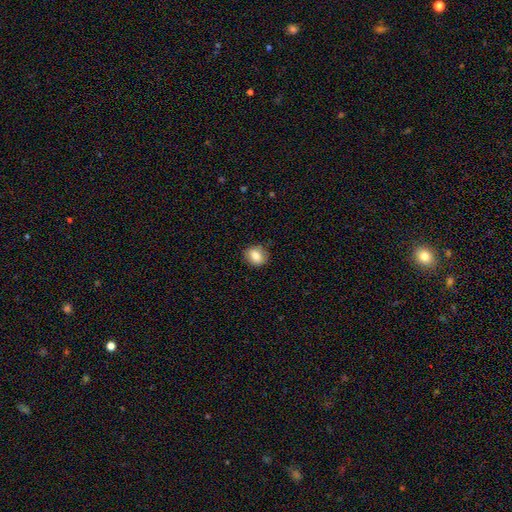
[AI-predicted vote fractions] A smooth galaxy with no disk features (82%) that is round (57%). Merging: none (85%).